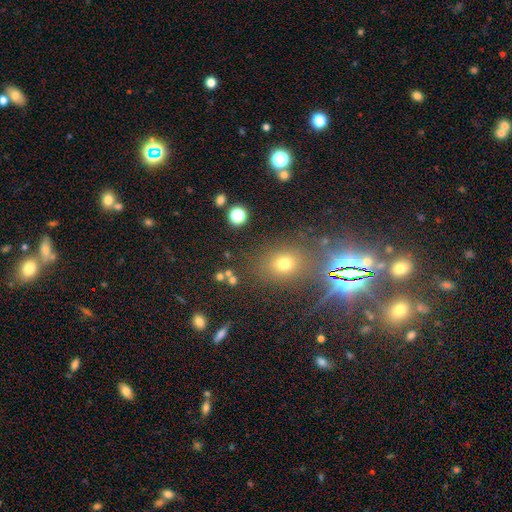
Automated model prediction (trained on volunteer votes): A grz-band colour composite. It shows a star or artifact, not a galaxy (50%).